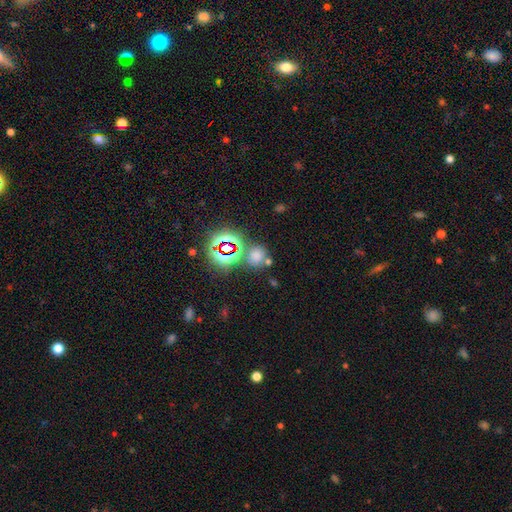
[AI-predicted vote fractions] Smooth or featured? smooth (58%)
How rounded? round (76%)
Merging? none (65%)